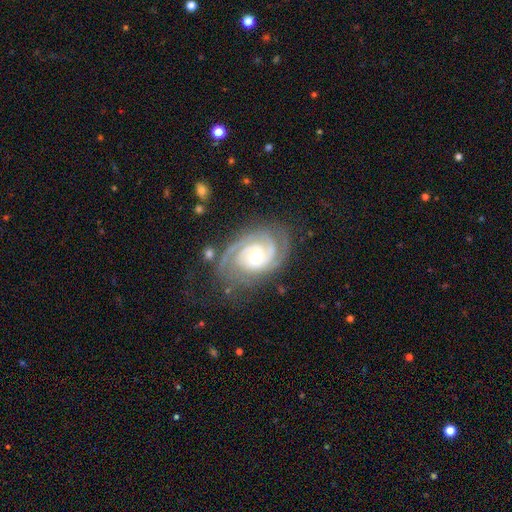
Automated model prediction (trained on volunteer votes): The model was most divided on "bulge size": moderate: 55%, small: 39%, large: 4%, none: 1%, dominant: 1%. Remaining: spiral arms — yes (98%); edge-on disk — no (97%); smooth or featured — featured or disk (91%); merging — none (73%); spiral winding — tight (71%); bar — no (62%); spiral arm count — 2 (50%).